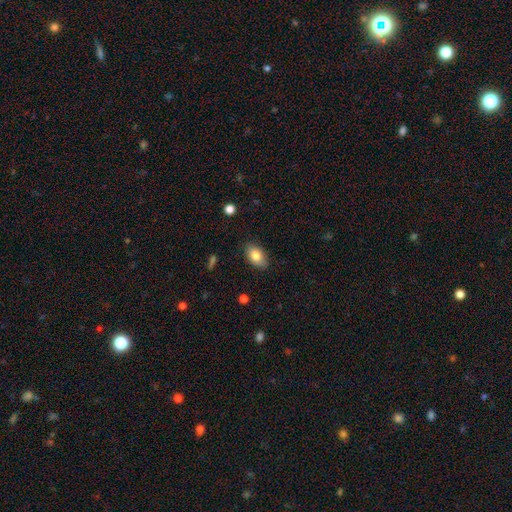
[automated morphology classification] Smooth or featured: smooth — 82% (featured or disk — 10%)
How rounded: in between — 90% (round — 8%)
Merging: none — 85% (minor disturbance — 11%)